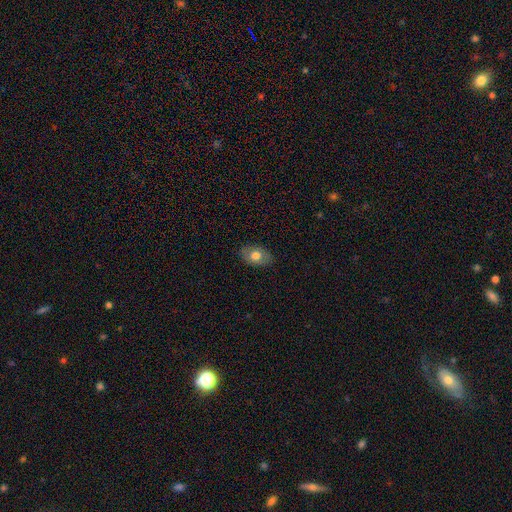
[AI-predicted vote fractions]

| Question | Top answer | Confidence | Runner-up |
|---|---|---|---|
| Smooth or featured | smooth | 72% | featured or disk (21%) |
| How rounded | in between | 85% | round (14%) |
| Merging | none | 84% | minor disturbance (12%) |